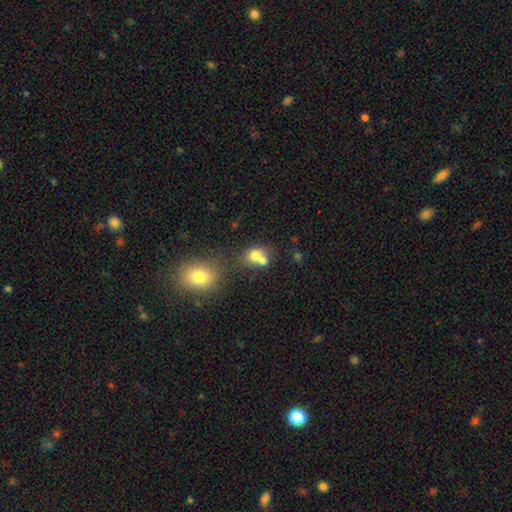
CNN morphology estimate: A smooth galaxy with no disk features (74%) that is round (63%).

Vote fractions:
- Smooth or featured? smooth: 74% / featured or disk: 14% / star or artifact: 13%
- How rounded? round: 63% / in between: 36% / cigar-shaped: 1%
- Merging? merger: 48% / none: 39% / minor disturbance: 9% / major disturbance: 4%